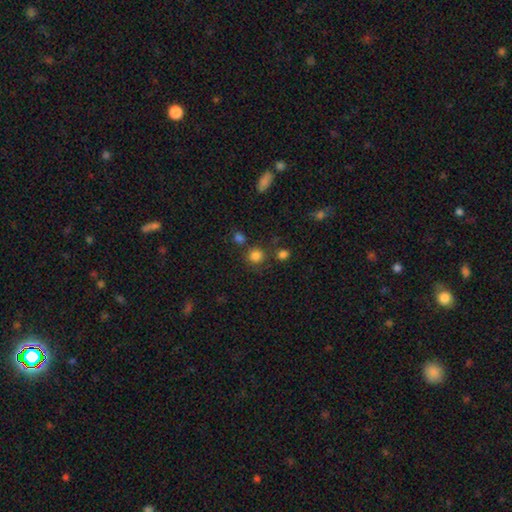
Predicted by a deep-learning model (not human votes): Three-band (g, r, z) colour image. It shows a smooth galaxy with no disk features (81%) that is round (89%). Merging: none (75%).